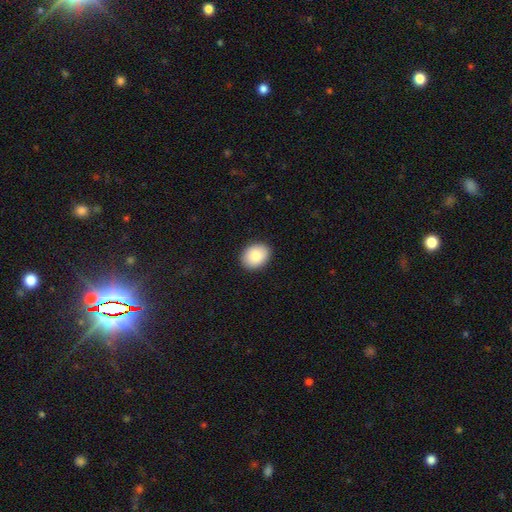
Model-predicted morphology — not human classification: type=smooth (87%); roundness=in between (64%); merging=none (90%).